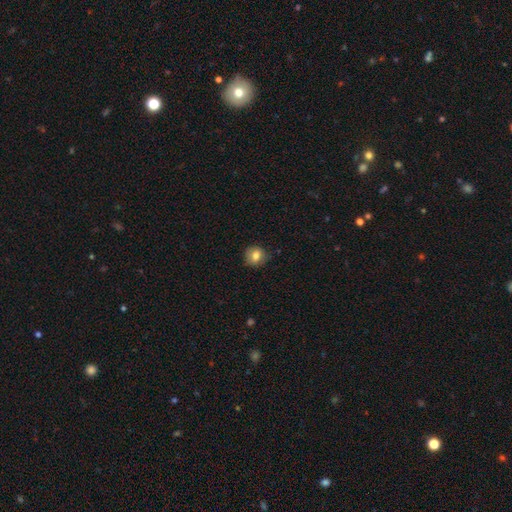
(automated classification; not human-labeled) Smooth or featured: smooth — 79% (featured or disk — 11%)
How rounded: round — 83% (in between — 16%)
Merging: none — 78% (minor disturbance — 18%)